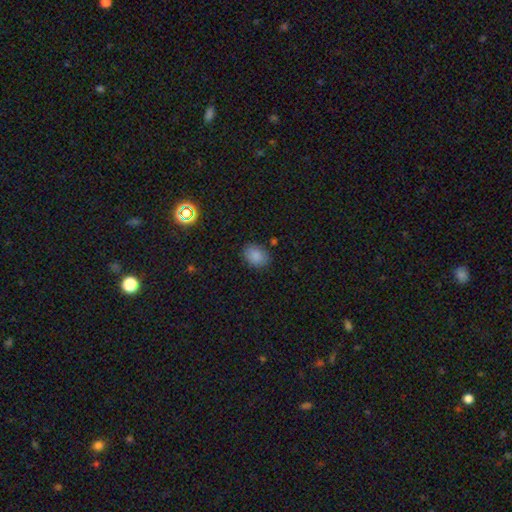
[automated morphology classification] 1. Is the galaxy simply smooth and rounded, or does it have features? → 85% smooth, 10% star or artifact, 5% featured or disk.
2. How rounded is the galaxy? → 66% in between, 33% round, 1% cigar-shaped.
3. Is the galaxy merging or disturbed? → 83% none, 12% minor disturbance, 3% major disturbance, 2% merger.